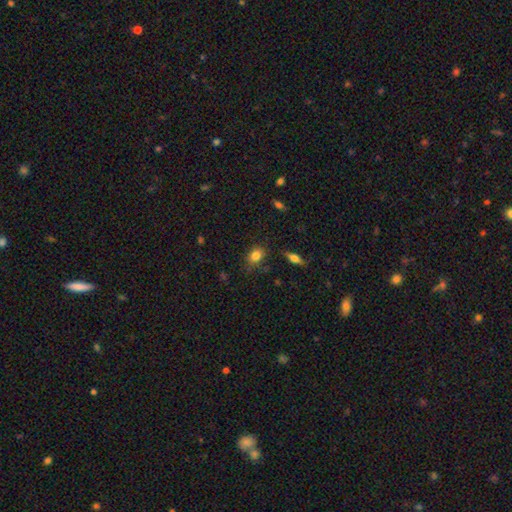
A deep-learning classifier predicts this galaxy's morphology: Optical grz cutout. It shows a smooth galaxy with no disk features (82%) that is in between round and cigar-shaped (65%). Merging: none (74%).